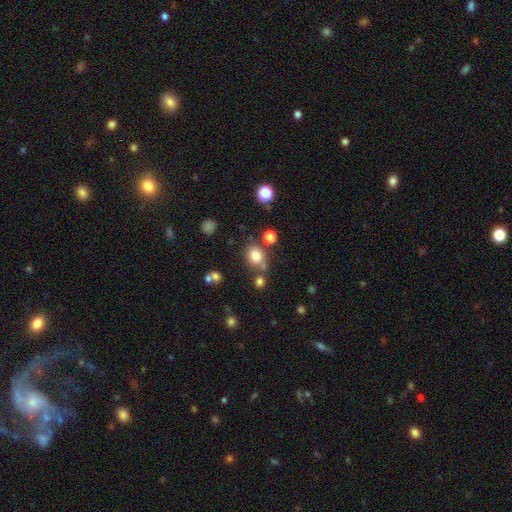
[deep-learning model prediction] A smooth galaxy with no disk features (79%) that is round (68%).

Vote fractions:
- Smooth or featured? smooth: 79% / star or artifact: 14% / featured or disk: 7%
- How rounded? round: 68% / in between: 31% / cigar-shaped: 1%
- Merging? none: 69% / merger: 13% / minor disturbance: 13% / major disturbance: 5%